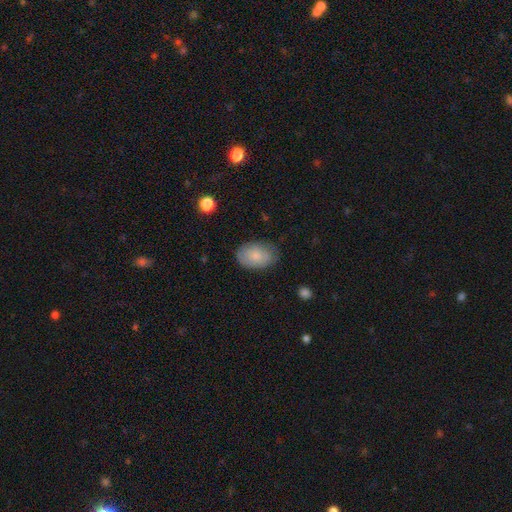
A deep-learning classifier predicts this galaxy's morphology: A smooth galaxy with no disk features (80%) that is in between round and cigar-shaped (86%).

Vote fractions:
- Smooth or featured? smooth: 80% / featured or disk: 13% / star or artifact: 7%
- How rounded? in between: 86% / round: 13% / cigar-shaped: 1%
- Merging? none: 75% / minor disturbance: 19% / major disturbance: 4% / merger: 1%